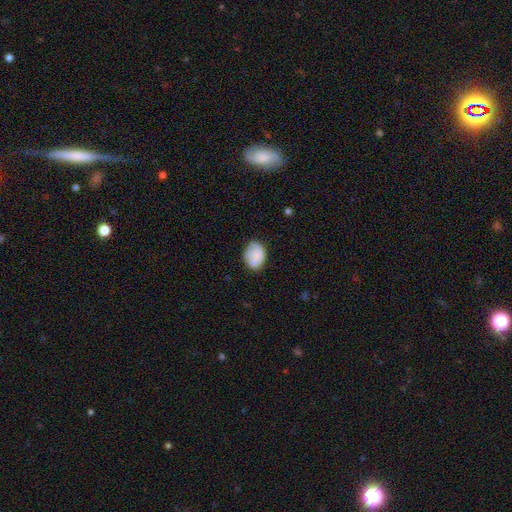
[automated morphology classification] This is clearly a smooth galaxy (80%). How rounded: likely in between (71%). Merging: likely none (66%).